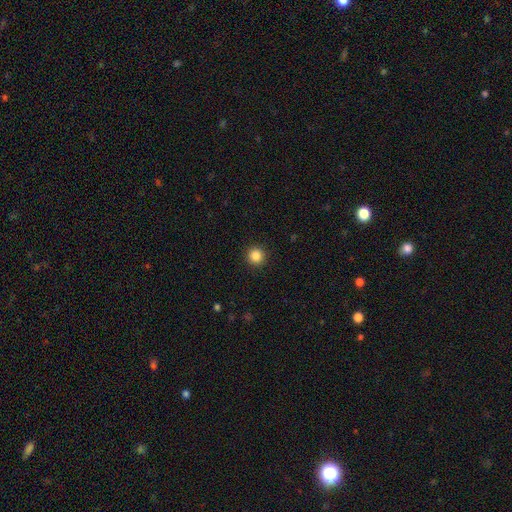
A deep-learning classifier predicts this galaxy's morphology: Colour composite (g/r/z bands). It shows a smooth galaxy with no disk features (86%) that is round (96%). Merging: none (93%).